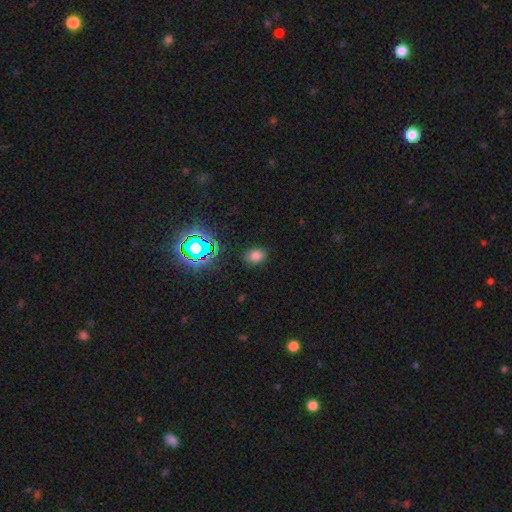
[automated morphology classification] Smooth or featured? smooth (71%)
How rounded? in between (62%)
Merging? none (83%)